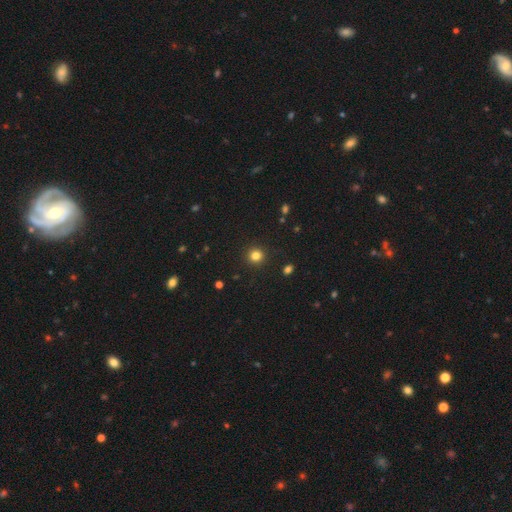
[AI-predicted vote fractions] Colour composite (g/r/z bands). It shows a smooth galaxy with no disk features (82%) that is round (93%). Merging: none (92%).